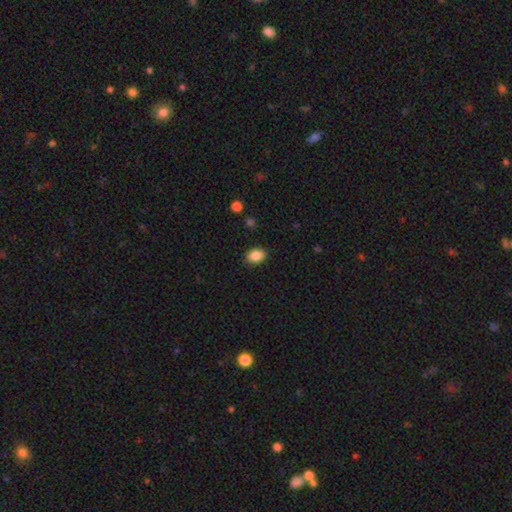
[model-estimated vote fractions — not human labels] The model was most divided on "how rounded": in between: 74%, round: 25%, cigar-shaped: 1%. More confident: merging — none (88%); smooth or featured — smooth (86%).